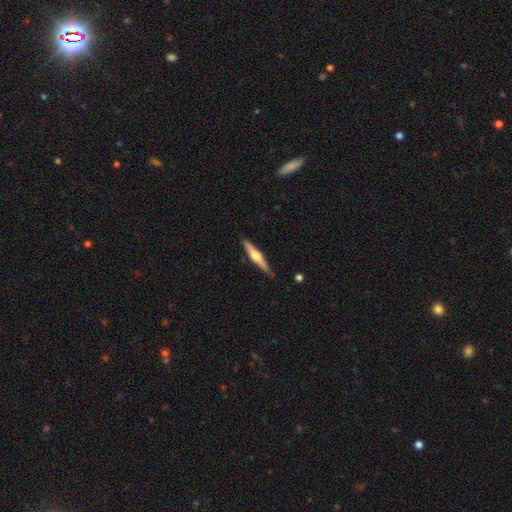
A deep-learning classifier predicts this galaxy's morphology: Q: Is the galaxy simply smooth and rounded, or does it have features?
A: featured or disk — 61%.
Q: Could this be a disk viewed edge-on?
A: yes — 97%.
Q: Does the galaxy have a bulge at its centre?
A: rounded — 87%.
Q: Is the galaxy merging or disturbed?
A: none — 87%.